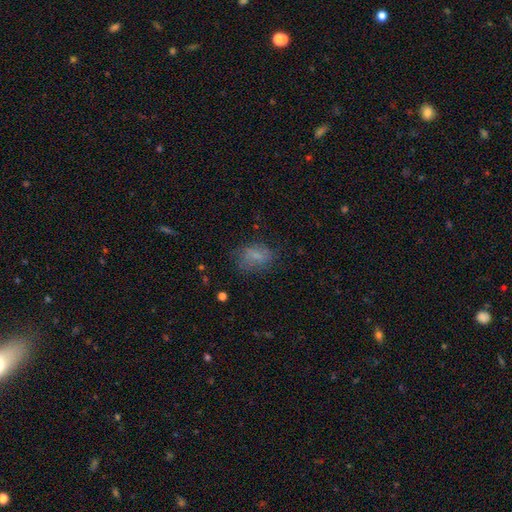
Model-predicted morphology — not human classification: smooth-or-featured: smooth: 69% | featured or disk: 18% | star or artifact: 13%
  how-rounded: in between: 81% | round: 16% | cigar-shaped: 4%
  merging: none: 63% | minor disturbance: 22% | major disturbance: 13% | merger: 2%